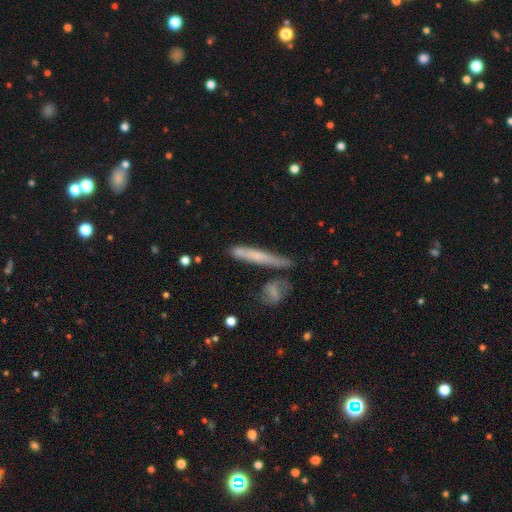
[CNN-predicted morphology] Smooth or featured: smooth — 58% (featured or disk — 35%)
How rounded: cigar-shaped — 92% (in between — 6%)
Merging: none — 66% (minor disturbance — 18%)